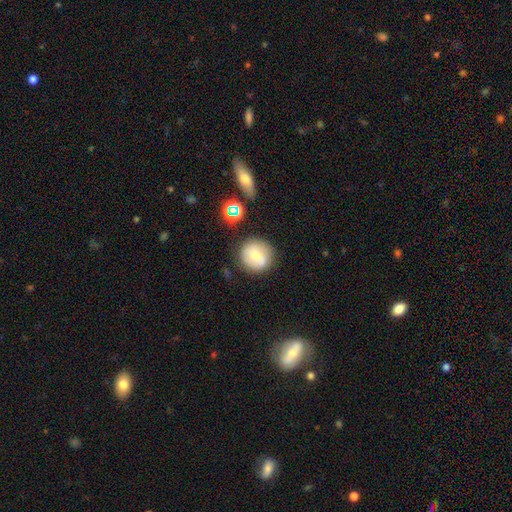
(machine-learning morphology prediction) Q: Smooth or featured?
A: smooth (61%); runner-up: featured or disk (29%)
Q: How rounded?
A: round (91%); runner-up: in between (8%)
Q: Merging?
A: none (78%); runner-up: minor disturbance (14%)